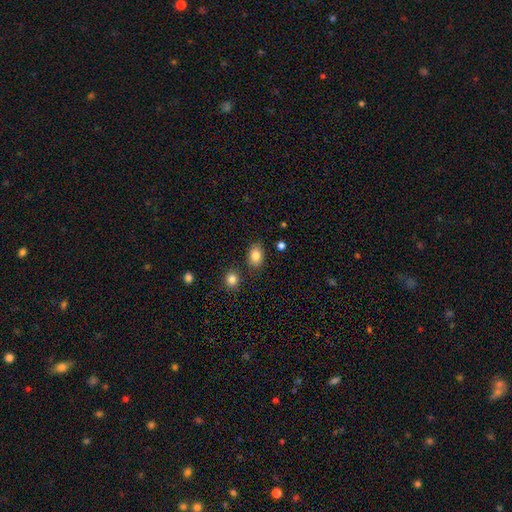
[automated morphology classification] Smooth or featured? smooth (84%)
How rounded? in between (74%)
Merging? none (82%)